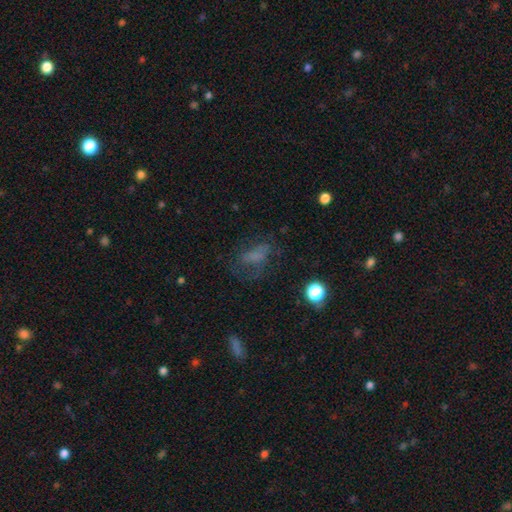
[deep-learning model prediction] Q: Smooth or featured?
A: smooth (48%); runner-up: featured or disk (30%)
Q: Merging?
A: none (47%); runner-up: major disturbance (29%)